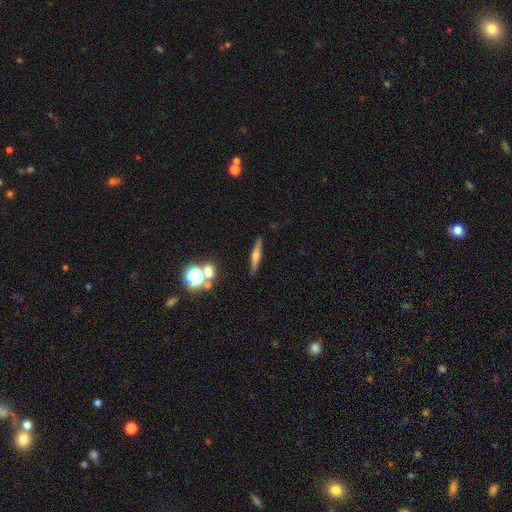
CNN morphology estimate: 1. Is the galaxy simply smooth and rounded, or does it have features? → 53% featured or disk, 37% smooth, 10% star or artifact.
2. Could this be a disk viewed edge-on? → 94% yes, 6% no.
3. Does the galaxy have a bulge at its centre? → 85% rounded, 8% none, 7% boxy.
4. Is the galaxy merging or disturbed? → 86% none, 8% minor disturbance, 4% merger, 2% major disturbance.